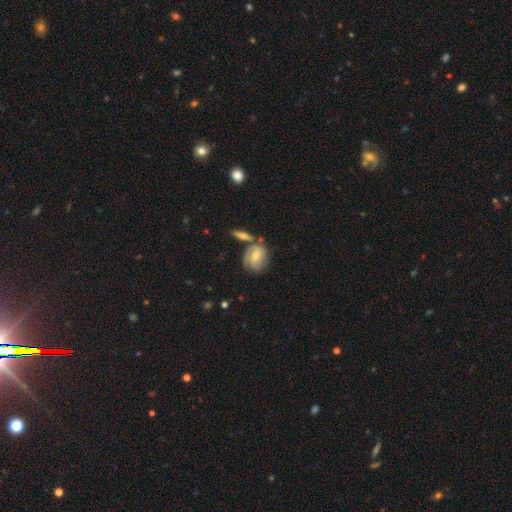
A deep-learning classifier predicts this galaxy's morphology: This is likely a featured or disk galaxy (61%). It is clearly not viewed edge-on (94%). Bar: possibly no (57%). Spiral arm pattern: clearly yes (85%). Central bulge: possibly moderate (53%). Merging: possibly none (54%).